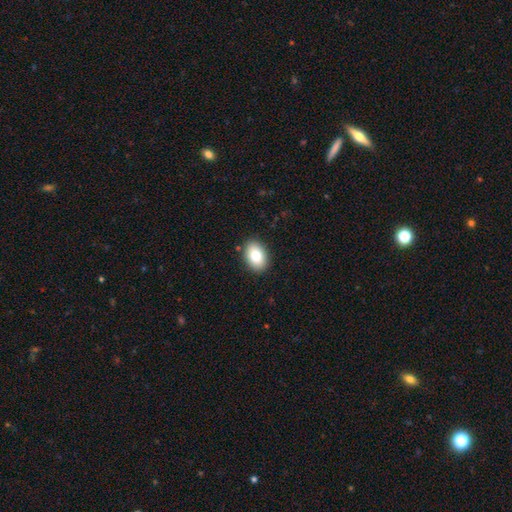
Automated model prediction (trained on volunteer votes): smooth-or-featured: smooth: 82% | featured or disk: 10% | star or artifact: 8%
  how-rounded: in between: 86% | round: 13% | cigar-shaped: 1%
  merging: none: 89% | minor disturbance: 8% | major disturbance: 2% | merger: 1%